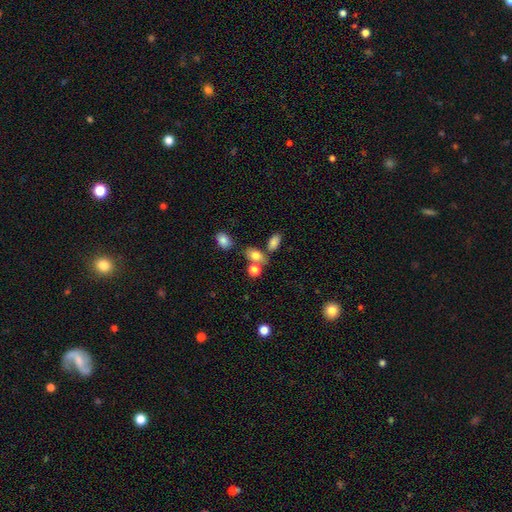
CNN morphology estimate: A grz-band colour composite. It shows a smooth galaxy with no disk features (77%) that is in between round and cigar-shaped (72%). Merging: none (56%).